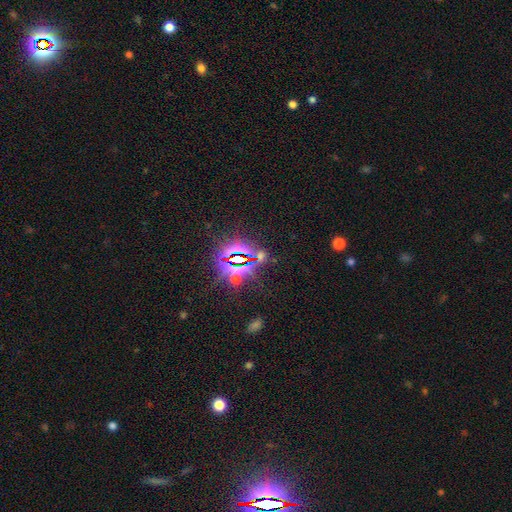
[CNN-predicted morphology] Smooth or featured? Predicted: star or artifact (p=0.82).